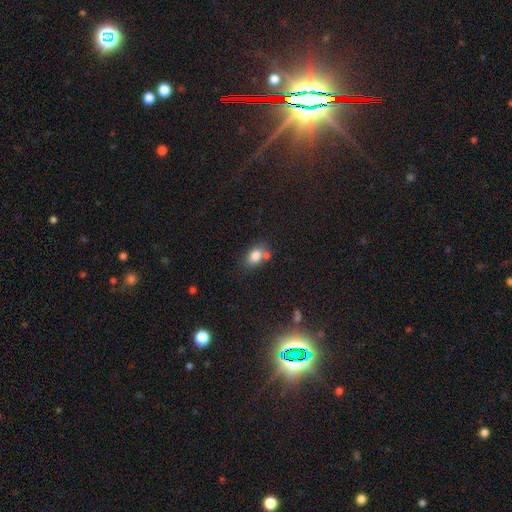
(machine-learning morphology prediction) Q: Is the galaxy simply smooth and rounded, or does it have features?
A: smooth — 81%.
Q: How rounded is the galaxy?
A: in between — 78%.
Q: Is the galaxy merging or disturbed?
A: none — 52%.